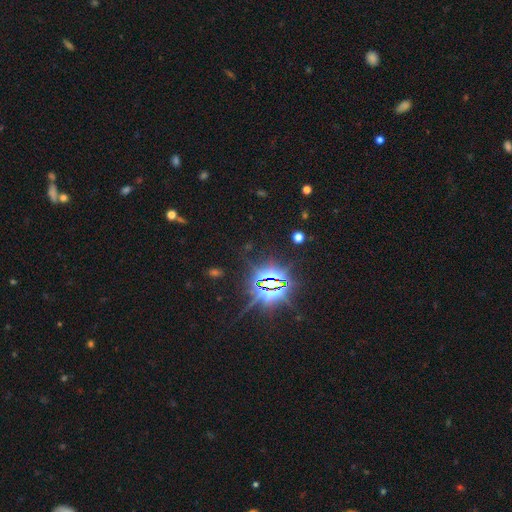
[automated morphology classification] smooth-or-featured: star or artifact: 86% | smooth: 8% | featured or disk: 6%